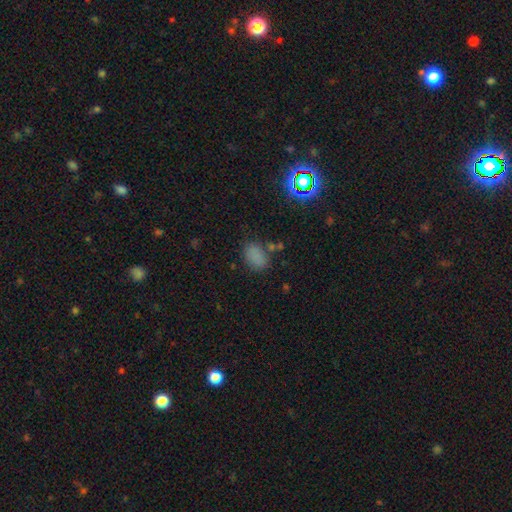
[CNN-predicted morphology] This appears to be a smooth galaxy with no disk features (77%) that is in between round and cigar-shaped (75%). Merging: none (72%).